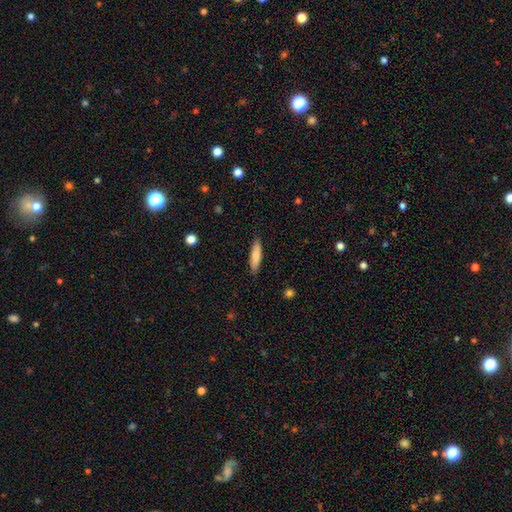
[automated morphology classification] smooth 81%, featured or disk 13%, star or artifact 6%. Down the decision tree: how rounded — cigar-shaped (76%); merging — none (87%).